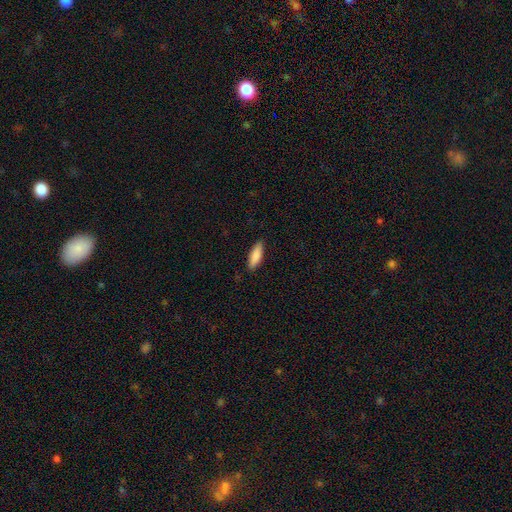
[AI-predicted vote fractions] Smooth or featured? smooth (85%)
How rounded? cigar-shaped (51%)
Merging? none (89%)